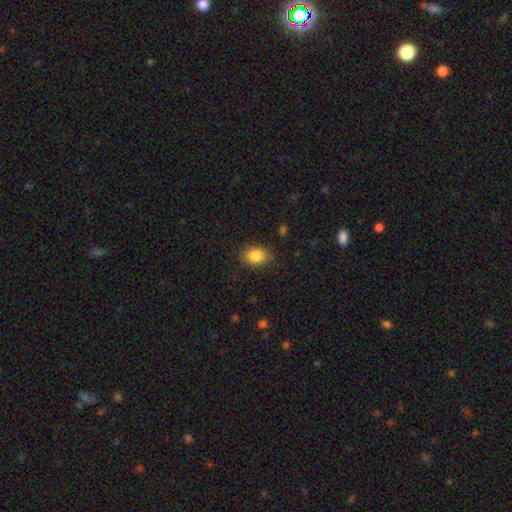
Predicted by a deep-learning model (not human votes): smooth-or-featured: smooth: 85% | star or artifact: 9% | featured or disk: 6%
  how-rounded: in between: 63% | round: 36% | cigar-shaped: 1%
  merging: none: 83% | minor disturbance: 13% | major disturbance: 3% | merger: 1%